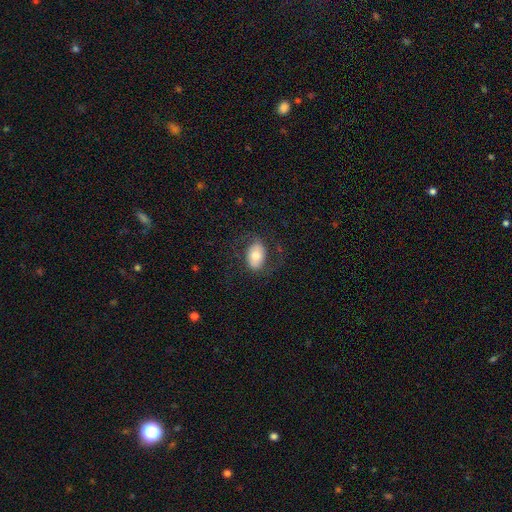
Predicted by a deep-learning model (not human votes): Smooth or featured: smooth — 56% (featured or disk — 36%)
How rounded: in between — 86% (round — 13%)
Merging: none — 69% (minor disturbance — 16%)